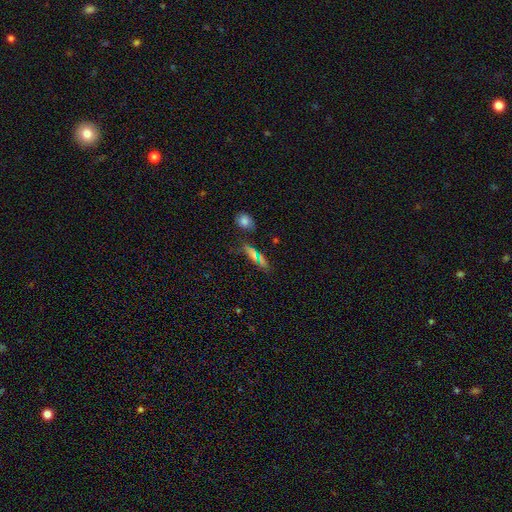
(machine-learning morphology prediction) smooth-or-featured: smooth: 63% | star or artifact: 22% | featured or disk: 15%
  how-rounded: cigar-shaped: 50% | in between: 43% | round: 7%
  merging: none: 73% | minor disturbance: 16% | major disturbance: 6% | merger: 5%